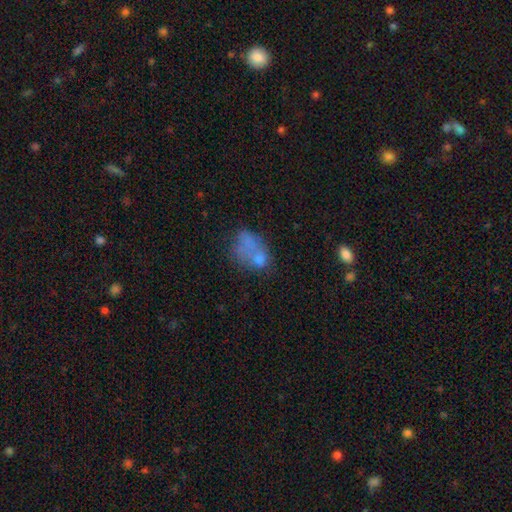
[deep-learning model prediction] smooth 56%, featured or disk 30%, star or artifact 14%. Down the decision tree: how rounded — in between (70%); merging — none (33%).